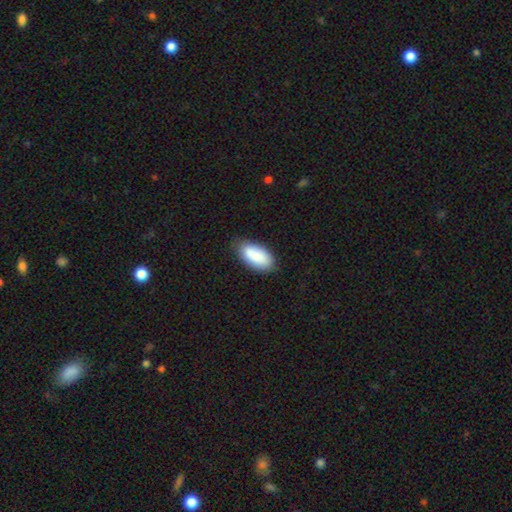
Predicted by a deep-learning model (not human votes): A smooth galaxy with no disk features (81%) that is in between round and cigar-shaped (93%). Merging: none (76%).